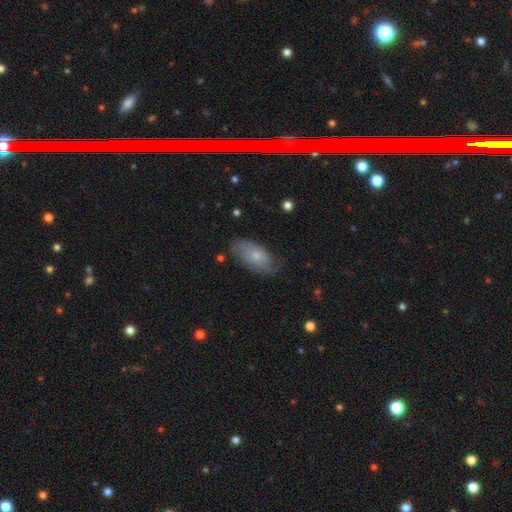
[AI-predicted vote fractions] Smooth or featured? smooth (67%)
How rounded? in between (92%)
Merging? none (65%)